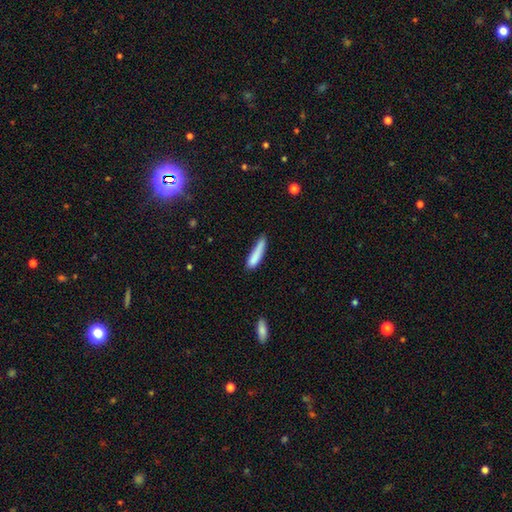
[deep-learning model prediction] A smooth galaxy with no disk features (83%) that is cigar-shaped (86%). Merging: none (62%).